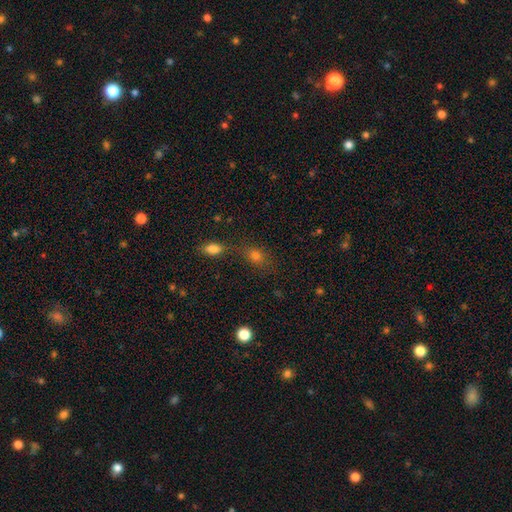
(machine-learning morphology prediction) This appears to be a smooth galaxy with no disk features (74%) that is in between round and cigar-shaped (62%). Merging: none (62%).